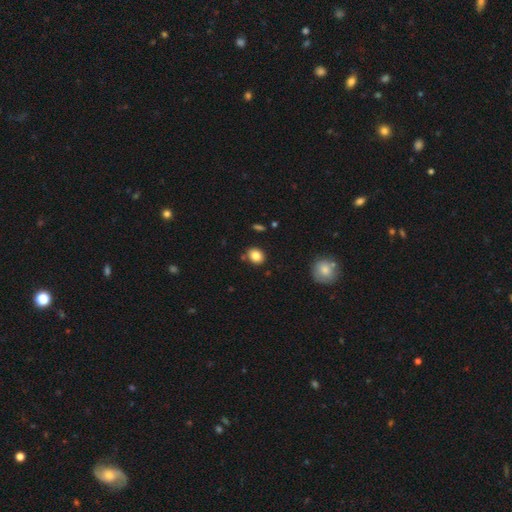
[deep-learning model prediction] A smooth galaxy with no disk features (84%) that is round (57%).

Vote fractions:
- Smooth or featured? smooth: 84% / star or artifact: 10% / featured or disk: 6%
- How rounded? round: 57% / in between: 42% / cigar-shaped: 1%
- Merging? none: 83% / minor disturbance: 10% / merger: 4% / major disturbance: 2%